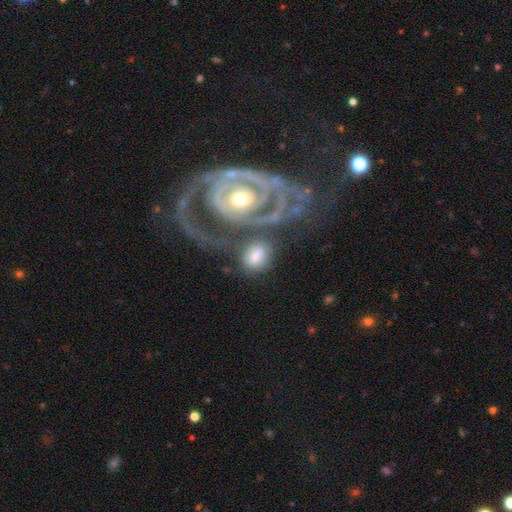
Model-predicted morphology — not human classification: Overall: smooth (61%; featured or disk 32%). How rounded: in between (63%; round 35%). Merging: none (46%; merger 27%).